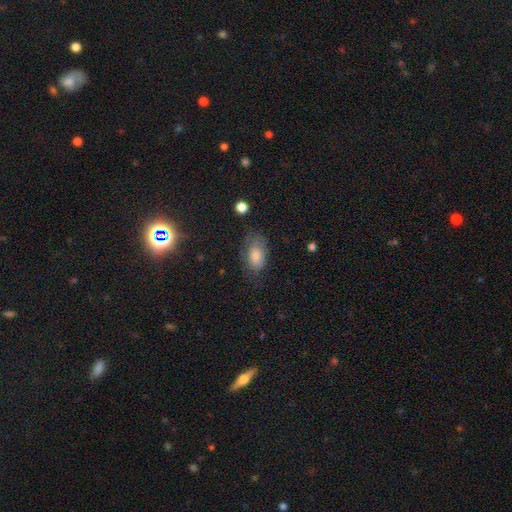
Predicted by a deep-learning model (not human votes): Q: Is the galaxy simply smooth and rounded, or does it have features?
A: smooth — 62%.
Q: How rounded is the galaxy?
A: in between — 89%.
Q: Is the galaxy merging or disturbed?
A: none — 65%.